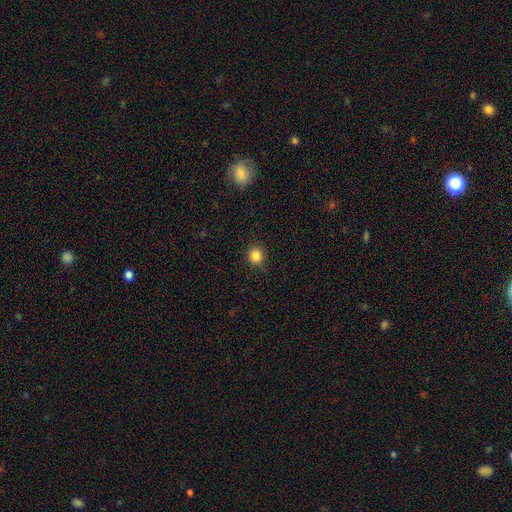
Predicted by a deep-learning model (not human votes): Smooth or featured? smooth (85%)
How rounded? round (88%)
Merging? none (87%)